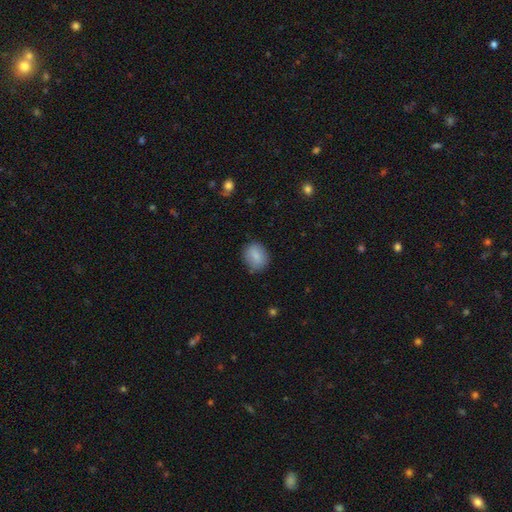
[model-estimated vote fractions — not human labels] smooth_or_featured: smooth (p=0.84) [alt: featured or disk p=0.08]
how_rounded: in between (p=0.50) [alt: round p=0.49]
merging: none (p=0.82) [alt: minor disturbance p=0.13]